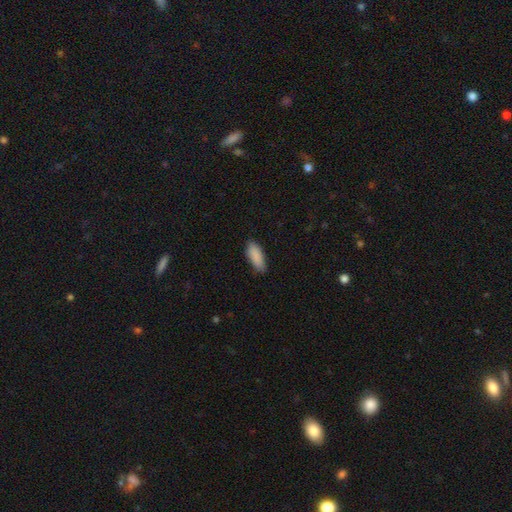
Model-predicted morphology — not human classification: A smooth galaxy with no disk features (89%) that is in between round and cigar-shaped (70%).

Vote fractions:
- Smooth or featured? smooth: 89% / star or artifact: 6% / featured or disk: 4%
- How rounded? in between: 70% / cigar-shaped: 28% / round: 2%
- Merging? none: 83% / minor disturbance: 14% / major disturbance: 2% / merger: 1%